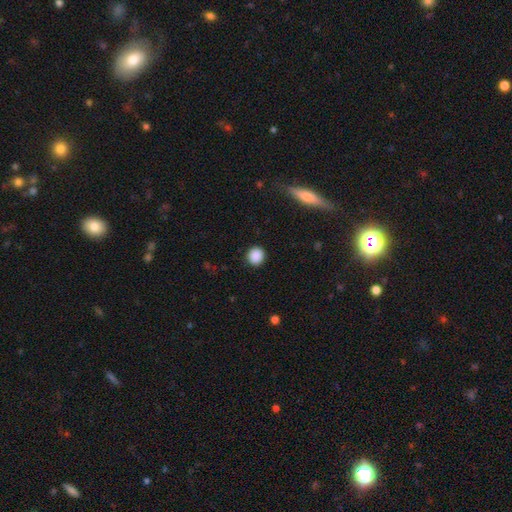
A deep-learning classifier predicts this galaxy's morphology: This appears to be a smooth galaxy with no disk features (88%) that is round (89%). Merging: none (90%).